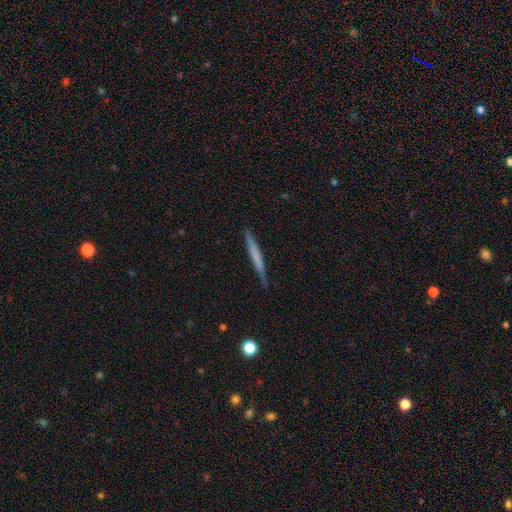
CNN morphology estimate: A smooth galaxy with no disk features (57%) that is cigar-shaped (97%).

Vote fractions:
- Smooth or featured? smooth: 57% / featured or disk: 37% / star or artifact: 6%
- How rounded? cigar-shaped: 97% / in between: 2% / round: 1%
- Merging? none: 84% / minor disturbance: 12% / major disturbance: 2% / merger: 1%